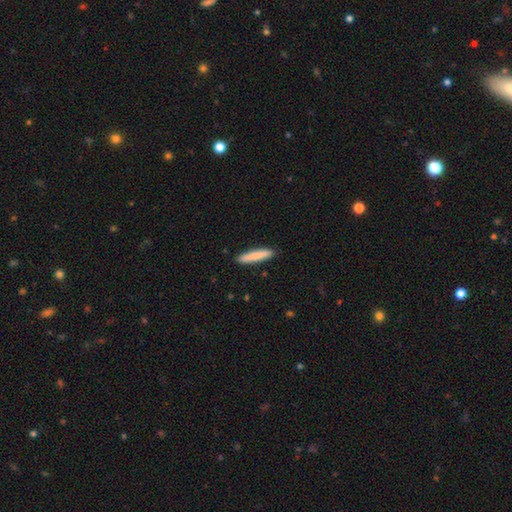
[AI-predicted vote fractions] Overall: smooth (84%). How rounded: cigar-shaped (91%). Merging: none (90%).